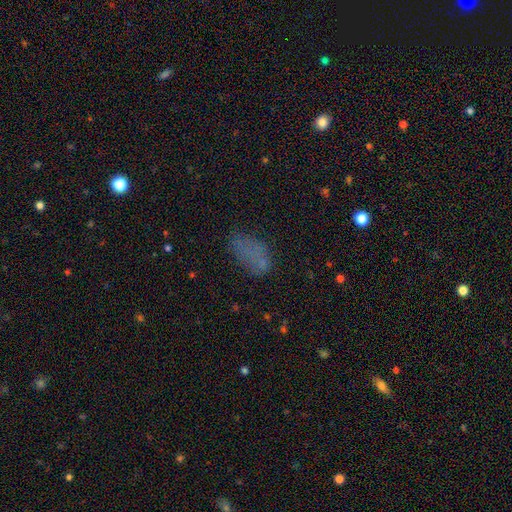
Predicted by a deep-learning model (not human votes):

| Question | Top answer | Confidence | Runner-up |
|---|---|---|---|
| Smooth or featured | smooth | 65% | star or artifact (19%) |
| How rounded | in between | 90% | round (6%) |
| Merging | none | 51% | minor disturbance (23%) |